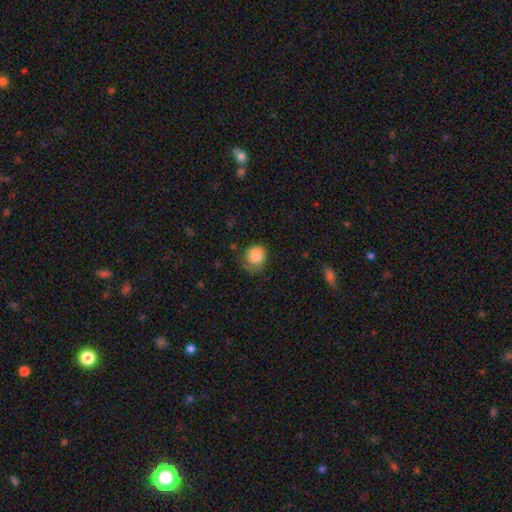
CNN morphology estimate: Smooth or featured: smooth — 77% (featured or disk — 15%)
How rounded: round — 70% (in between — 29%)
Merging: none — 46% (minor disturbance — 31%)